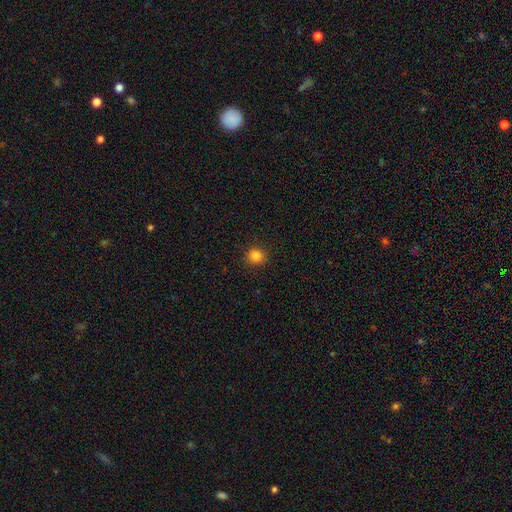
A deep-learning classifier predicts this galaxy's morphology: Smooth or featured?
  - smooth: 84% *
  - star or artifact: 12%
  - featured or disk: 4%
How rounded?
  - round: 89% *
  - in between: 10%
  - cigar-shaped: 1%
Merging?
  - none: 90% *
  - minor disturbance: 7%
  - major disturbance: 2%
  - merger: 1%